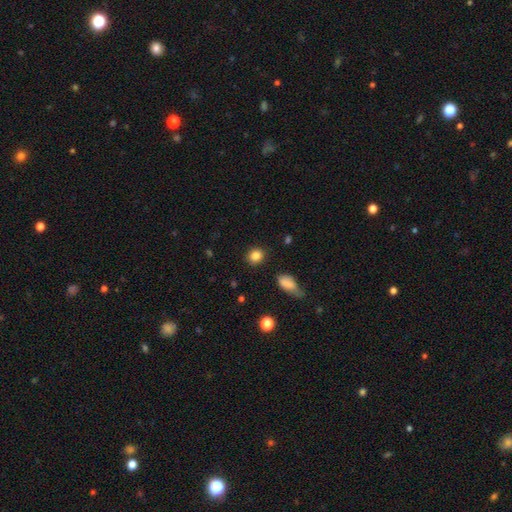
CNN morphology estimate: smooth_or_featured: smooth (p=0.86) [alt: star or artifact p=0.10]
how_rounded: round (p=0.76) [alt: in between p=0.22]
merging: none (p=0.86) [alt: minor disturbance p=0.09]